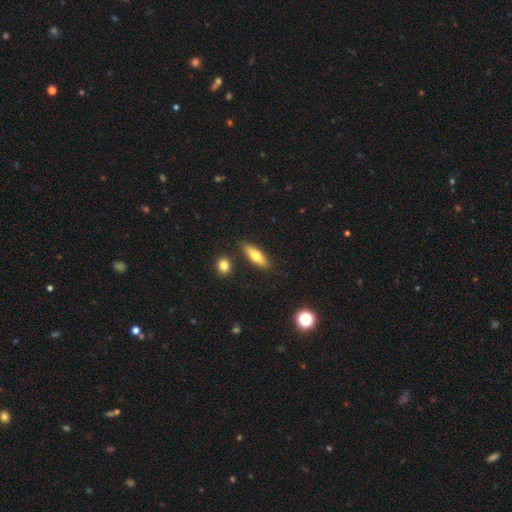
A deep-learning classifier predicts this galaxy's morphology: smooth-or-featured: smooth: 69% | featured or disk: 25% | star or artifact: 6%
  how-rounded: in between: 53% | cigar-shaped: 44% | round: 3%
  merging: none: 84% | minor disturbance: 10% | merger: 4% | major disturbance: 2%